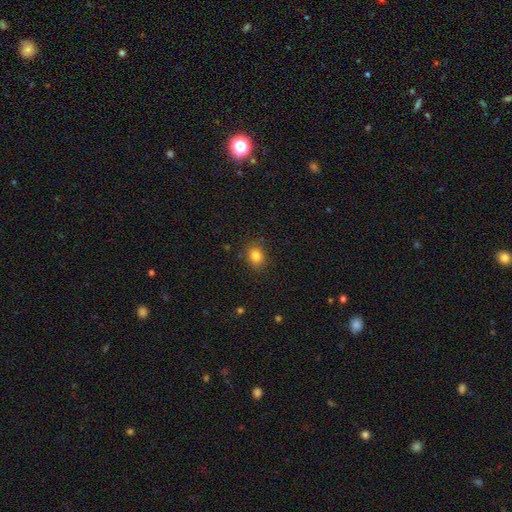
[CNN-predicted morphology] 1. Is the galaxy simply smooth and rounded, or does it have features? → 83% smooth, 11% star or artifact, 6% featured or disk.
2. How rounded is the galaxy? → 55% round, 44% in between, 1% cigar-shaped.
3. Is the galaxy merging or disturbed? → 85% none, 11% minor disturbance, 3% major disturbance, 1% merger.